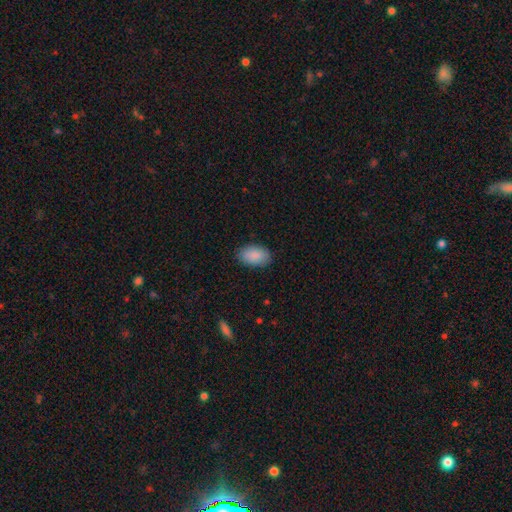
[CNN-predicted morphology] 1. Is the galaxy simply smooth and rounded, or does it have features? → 90% smooth, 6% star or artifact, 4% featured or disk.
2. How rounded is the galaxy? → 92% in between, 7% round, 1% cigar-shaped.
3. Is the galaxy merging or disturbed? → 86% none, 11% minor disturbance, 2% major disturbance, 1% merger.